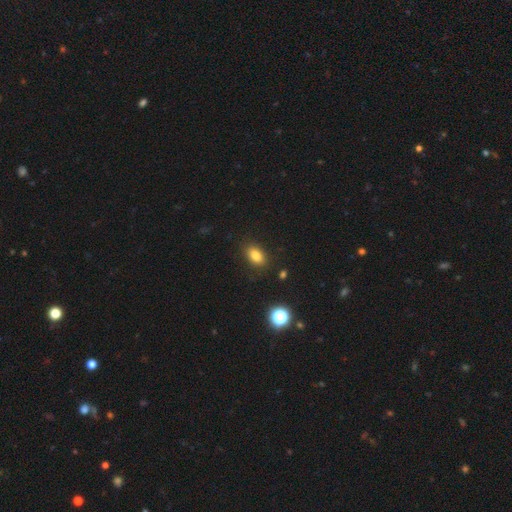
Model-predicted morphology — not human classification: Overall: smooth (82%). How rounded: in between (83%). Merging: none (87%).